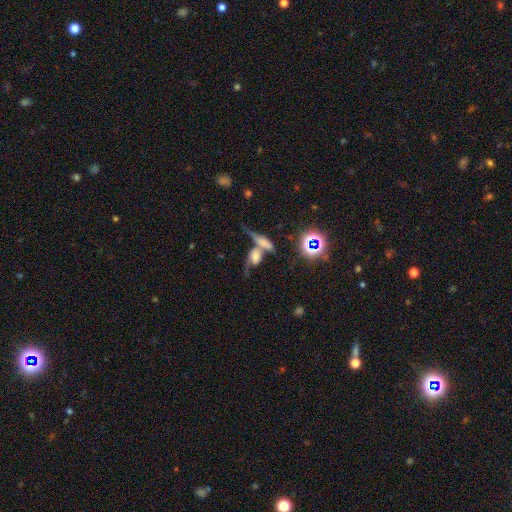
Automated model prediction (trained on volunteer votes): Smooth or featured: featured or disk — 43% (smooth — 39%)
Merging: merger — 58% (none — 21%)